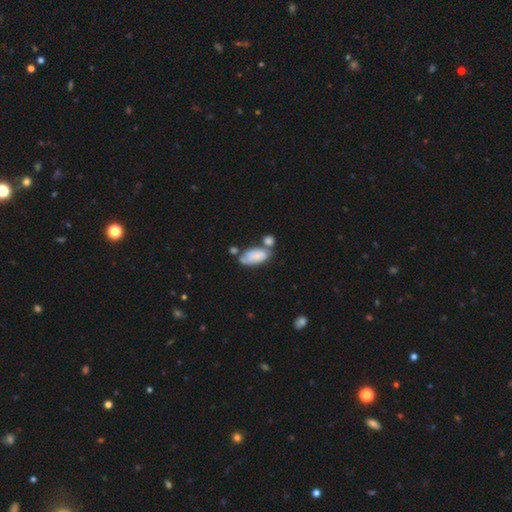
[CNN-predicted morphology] This appears to be a smooth galaxy with no disk features (74%) that is in between round and cigar-shaped (91%). Merging: merger (39%).